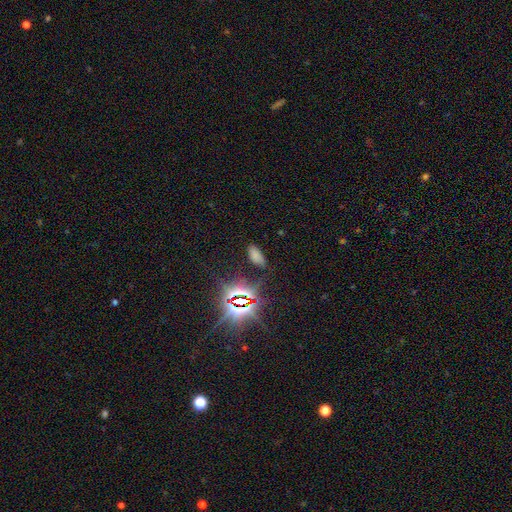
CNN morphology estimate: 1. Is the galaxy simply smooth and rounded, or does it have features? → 61% smooth, 31% star or artifact, 7% featured or disk.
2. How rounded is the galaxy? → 90% in between, 7% cigar-shaped, 3% round.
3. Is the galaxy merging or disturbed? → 78% none, 15% minor disturbance, 5% major disturbance, 2% merger.